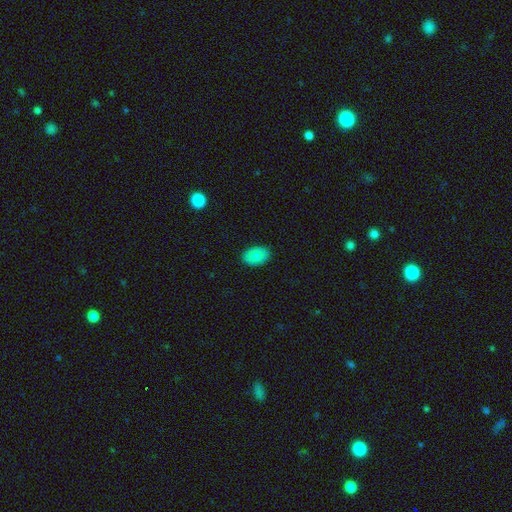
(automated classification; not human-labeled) Q: Smooth or featured?
A: smooth (81%); runner-up: featured or disk (12%)
Q: How rounded?
A: in between (86%); runner-up: round (13%)
Q: Merging?
A: none (88%); runner-up: minor disturbance (9%)